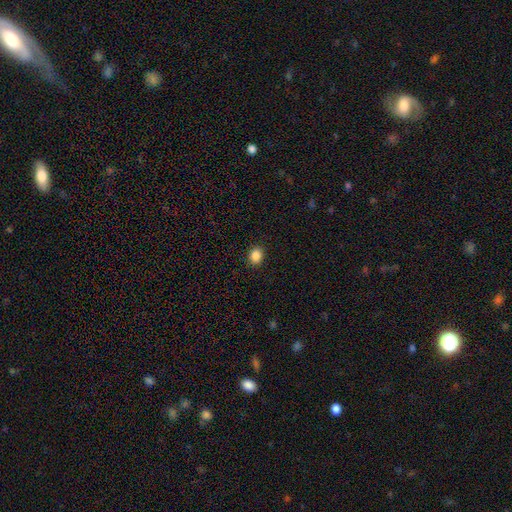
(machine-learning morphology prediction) type=smooth (87%); roundness=in between (50%); merging=none (91%).